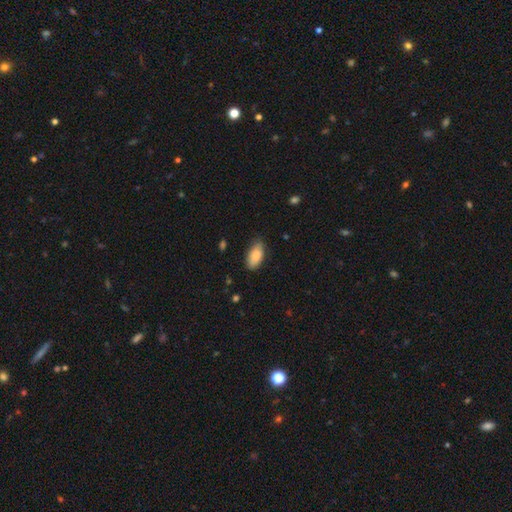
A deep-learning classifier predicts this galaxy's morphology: Q: Smooth or featured?
A: smooth (84%); runner-up: featured or disk (9%)
Q: How rounded?
A: in between (91%); runner-up: cigar-shaped (7%)
Q: Merging?
A: none (76%); runner-up: minor disturbance (19%)